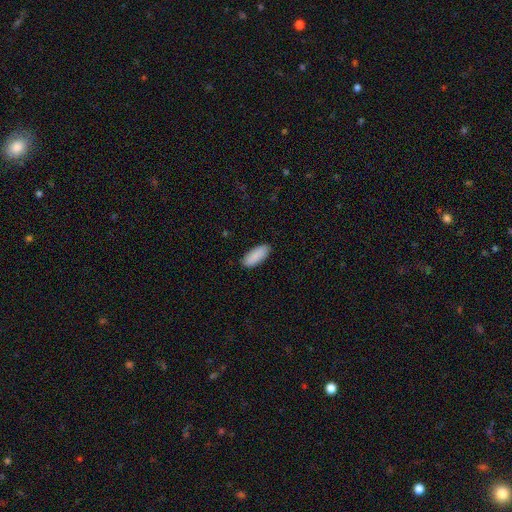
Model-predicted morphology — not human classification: The model was most divided on "how rounded": in between: 79%, cigar-shaped: 19%, round: 2%. More confident: smooth or featured — smooth (90%); merging — none (88%).